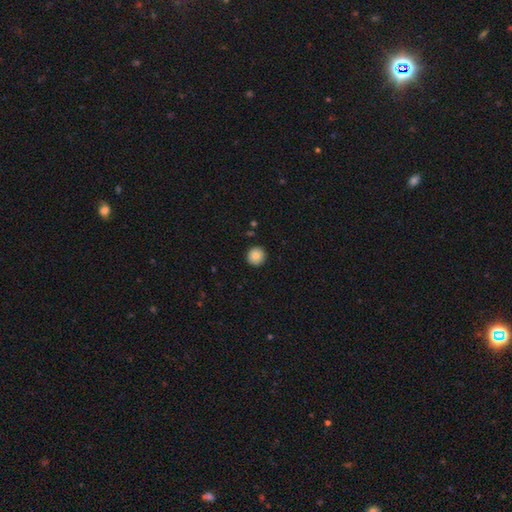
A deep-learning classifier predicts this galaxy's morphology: Smooth or featured? smooth (85%)
How rounded? round (95%)
Merging? none (92%)